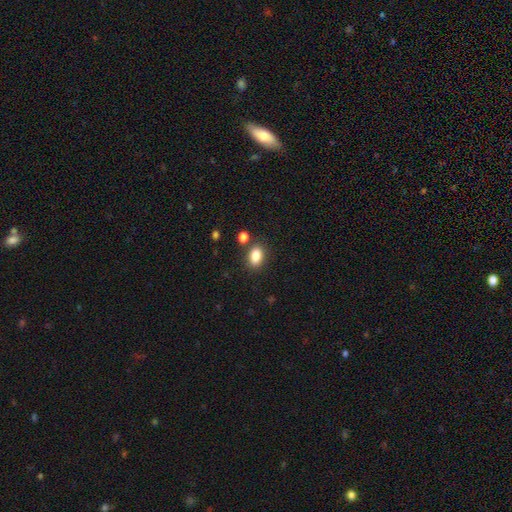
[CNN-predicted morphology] Smooth or featured? smooth (86%)
How rounded? in between (82%)
Merging? none (79%)